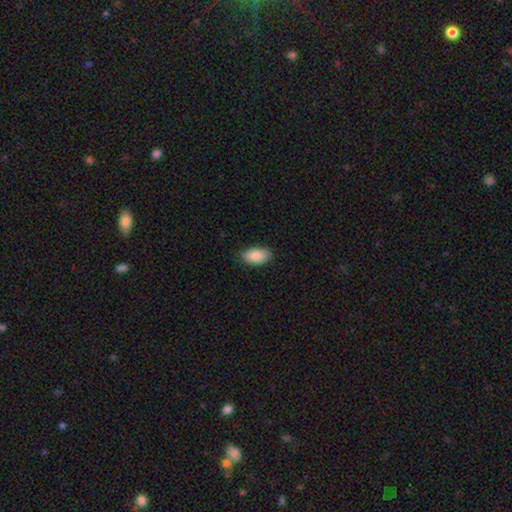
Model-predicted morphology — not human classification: Q: Smooth or featured?
A: smooth (89%); runner-up: star or artifact (6%)
Q: How rounded?
A: in between (94%); runner-up: round (3%)
Q: Merging?
A: none (86%); runner-up: minor disturbance (11%)